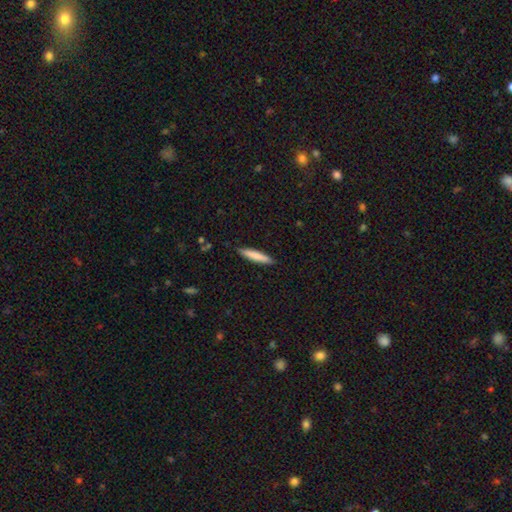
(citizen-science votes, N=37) This is likely a smooth galaxy (78%). How rounded: clearly cigar-shaped (86%). Merging: clearly none (83%).